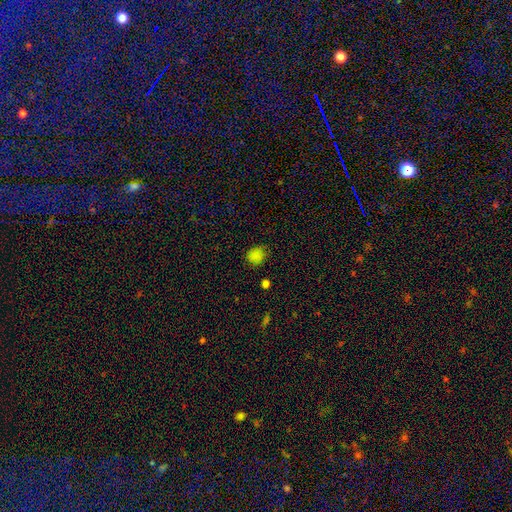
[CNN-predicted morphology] The model was most divided on "how rounded": round: 79%, in between: 20%, cigar-shaped: 1%. More confident: smooth or featured — smooth (82%); merging — none (77%).